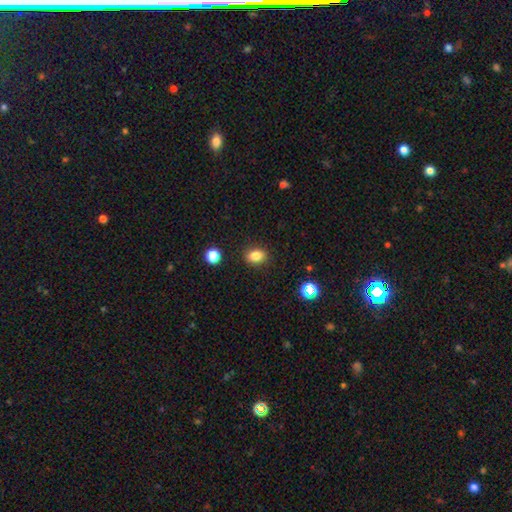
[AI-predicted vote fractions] This is clearly a smooth galaxy (83%). How rounded: likely in between (71%). Merging: clearly none (88%).